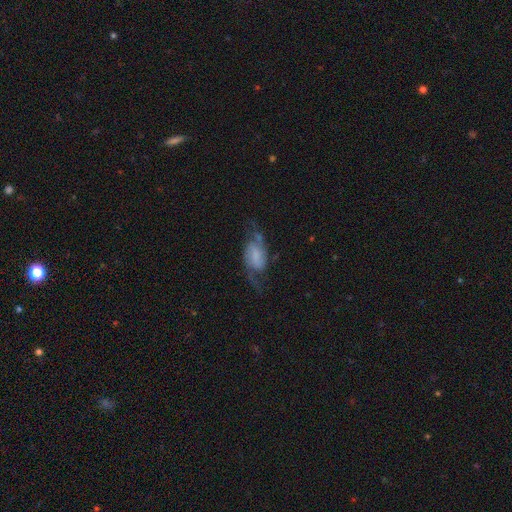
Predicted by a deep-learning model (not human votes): Smooth or featured? featured or disk (70%)
Edge-on disk? no (94%)
Bar? no (42%, tied with weak)
Spiral arms? yes (90%)
Spiral winding? loose (51%)
Spiral arm count? 2 (88%)
Bulge size? none (40%)
Merging? none (55%)